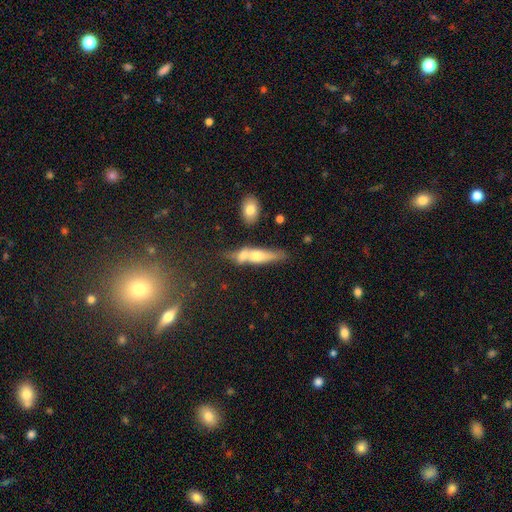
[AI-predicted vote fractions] The model was most divided on "merging": merger: 44%, none: 34%, minor disturbance: 14%, major disturbance: 8%. More confident: how rounded — cigar-shaped (62%); smooth or featured — smooth (52%).